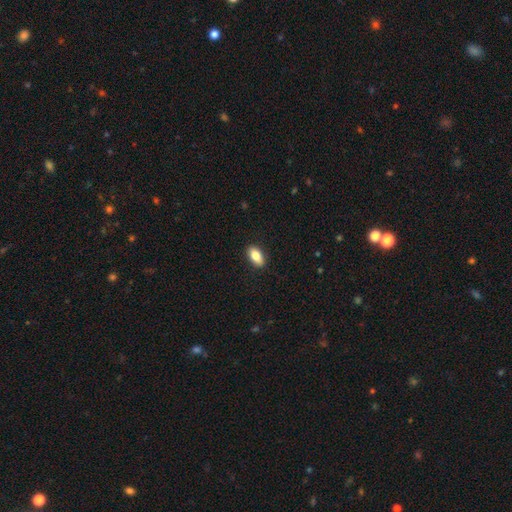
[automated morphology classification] A smooth galaxy with no disk features (81%) that is in between round and cigar-shaped (87%). Merging: none (88%).